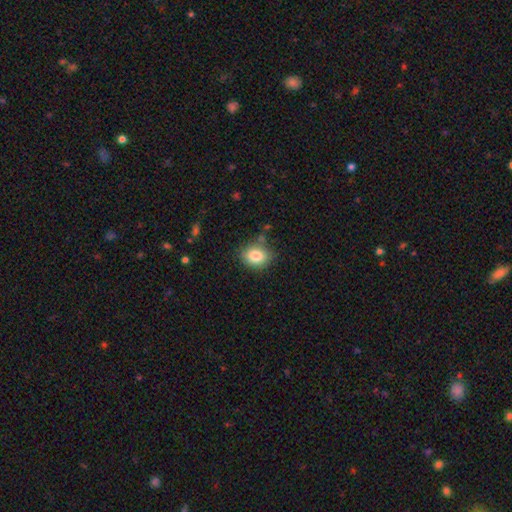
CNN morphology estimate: smooth_or_featured: smooth (p=0.83) [alt: star or artifact p=0.09]
how_rounded: in between (p=0.58) [alt: round p=0.41]
merging: none (p=0.79) [alt: minor disturbance p=0.14]